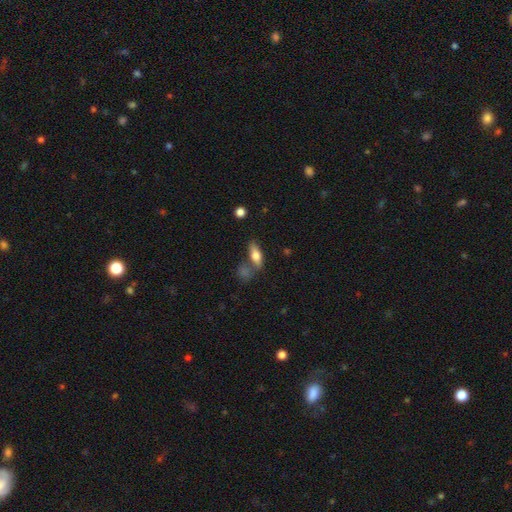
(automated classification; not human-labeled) smooth_or_featured: smooth (p=0.67) [alt: featured or disk p=0.26]
how_rounded: in between (p=0.67) [alt: cigar-shaped p=0.28]
merging: none (p=0.57) [alt: merger p=0.20]